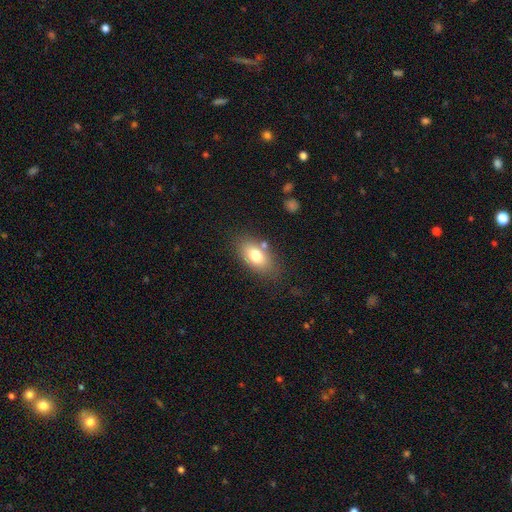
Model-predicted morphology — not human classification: A smooth galaxy with no disk features (75%) that is in between round and cigar-shaped (88%). Merging: none (72%).